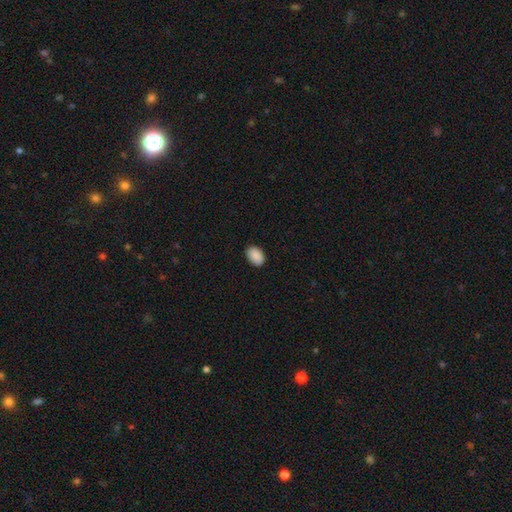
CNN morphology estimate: smooth_or_featured: smooth (p=0.91) [alt: star or artifact p=0.07]
how_rounded: in between (p=0.87) [alt: round p=0.12]
merging: none (p=0.89) [alt: minor disturbance p=0.08]